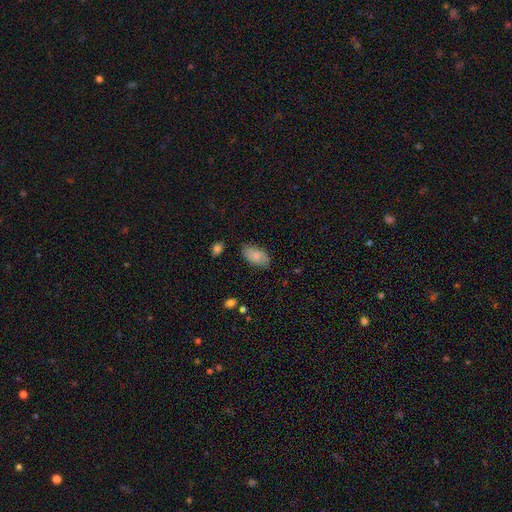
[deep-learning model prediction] smooth 83%, featured or disk 10%, star or artifact 7%. Down the decision tree: how rounded — in between (94%); merging — none (81%).